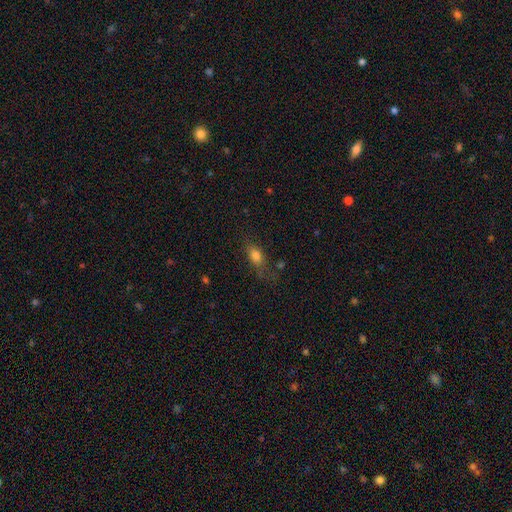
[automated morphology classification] Smooth or featured?
  - smooth: 76% *
  - featured or disk: 12%
  - star or artifact: 11%
How rounded?
  - in between: 75% *
  - round: 14%
  - cigar-shaped: 12%
Merging?
  - none: 56% *
  - minor disturbance: 23%
  - major disturbance: 16%
  - merger: 4%